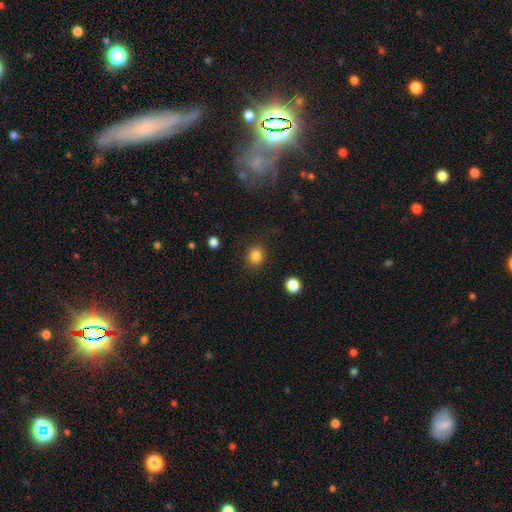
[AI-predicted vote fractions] A smooth galaxy with no disk features (84%) that is round (74%). Merging: none (87%).